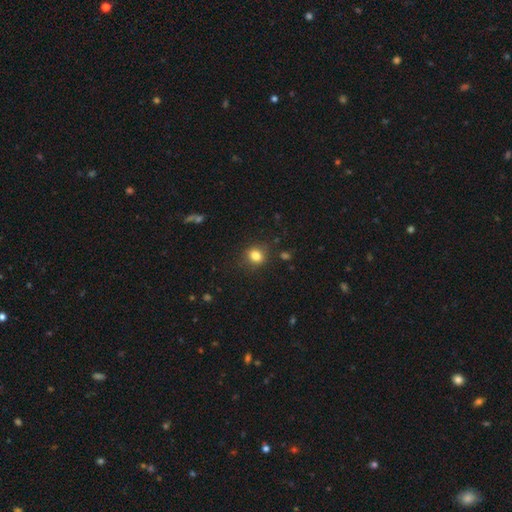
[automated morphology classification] Smooth or featured: smooth — 82% (star or artifact — 12%)
How rounded: round — 74% (in between — 26%)
Merging: none — 85% (minor disturbance — 10%)